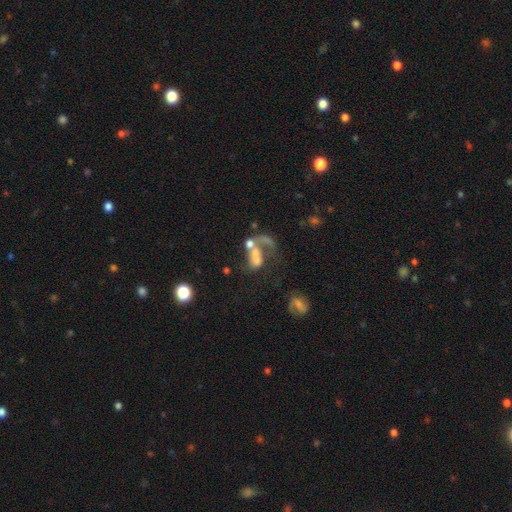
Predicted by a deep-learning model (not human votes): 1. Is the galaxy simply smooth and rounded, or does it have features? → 50% featured or disk, 36% smooth, 14% star or artifact.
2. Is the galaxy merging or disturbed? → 49% merger, 29% major disturbance, 15% none, 8% minor disturbance.